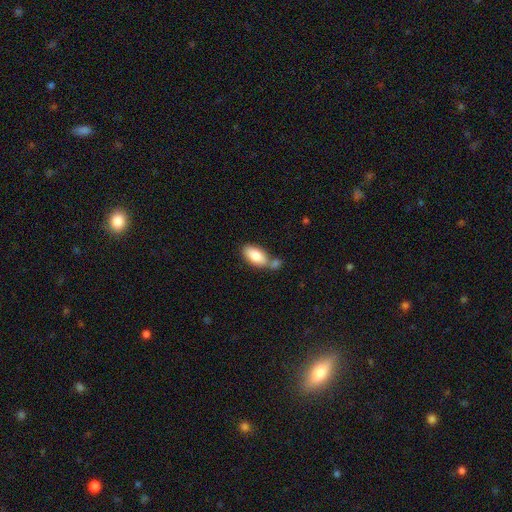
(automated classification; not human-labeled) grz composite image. It shows a smooth galaxy with no disk features (82%) that is in between round and cigar-shaped (92%). Merging: none (45%).